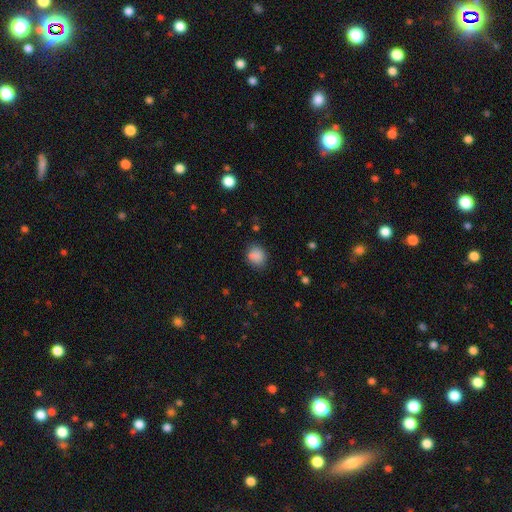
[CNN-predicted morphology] Smooth or featured: smooth — 86% (star or artifact — 10%)
How rounded: round — 67% (in between — 32%)
Merging: none — 80% (minor disturbance — 14%)